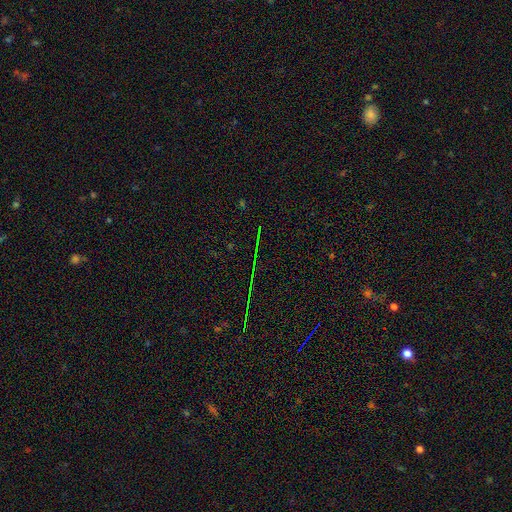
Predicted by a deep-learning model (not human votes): Morphology: type=star or artifact (78%).